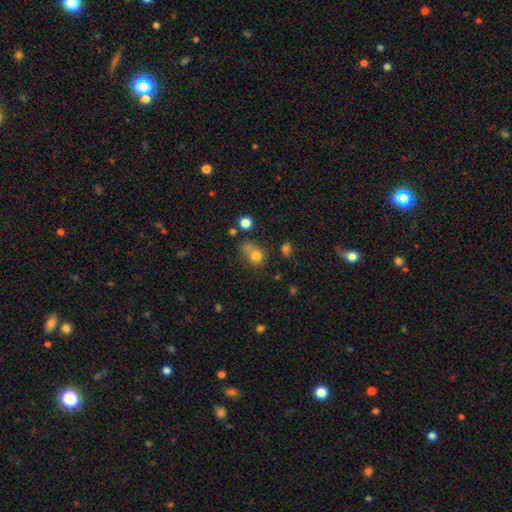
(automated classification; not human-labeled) A smooth galaxy with no disk features (76%) that is round (73%). Merging: none (44%).